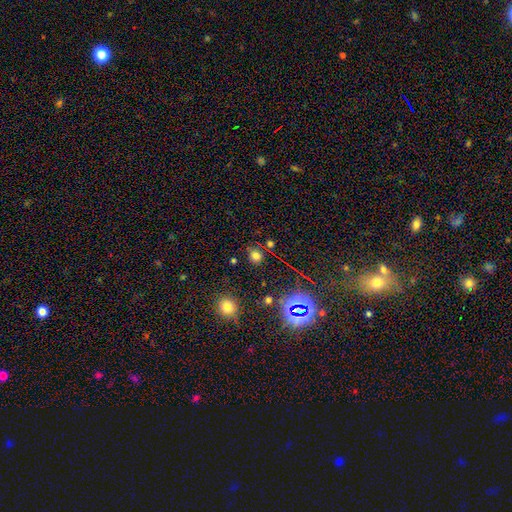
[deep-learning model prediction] smooth 67%, star or artifact 26%, featured or disk 7%. Down the decision tree: how rounded — round (77%); merging — none (81%).